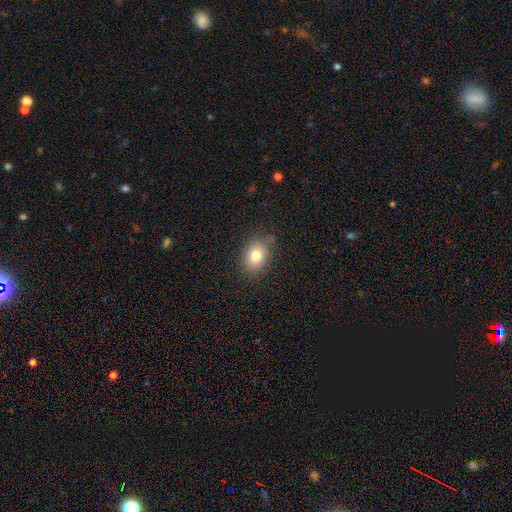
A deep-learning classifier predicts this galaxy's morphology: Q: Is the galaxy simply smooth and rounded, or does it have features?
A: smooth — 78%.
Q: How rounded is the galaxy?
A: in between — 69%.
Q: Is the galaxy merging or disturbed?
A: none — 77%.